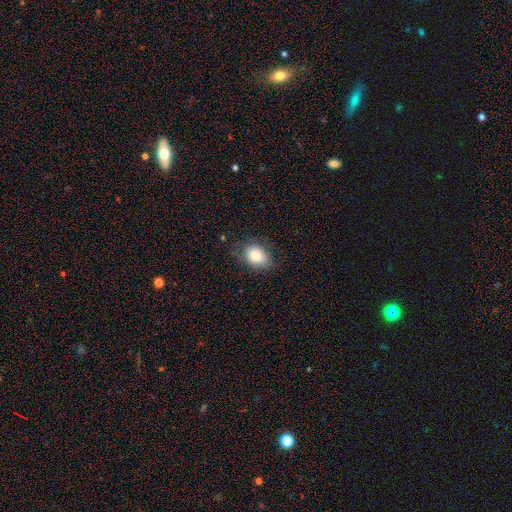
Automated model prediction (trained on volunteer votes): This appears to be a smooth galaxy with no disk features (81%) that is in between round and cigar-shaped (73%). Merging: none (77%).